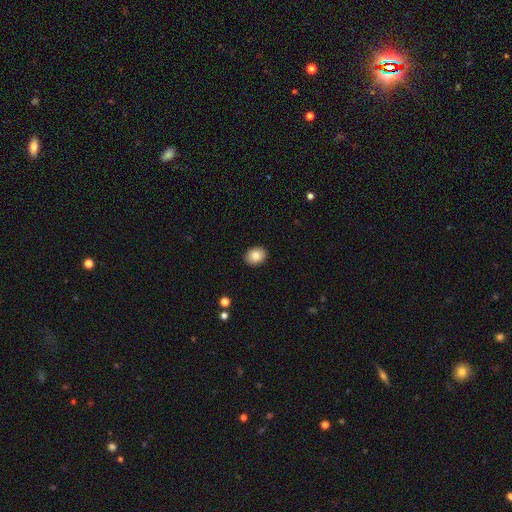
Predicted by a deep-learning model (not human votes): This appears to be a smooth galaxy with no disk features (86%) that is in between round and cigar-shaped (55%). Merging: none (90%).